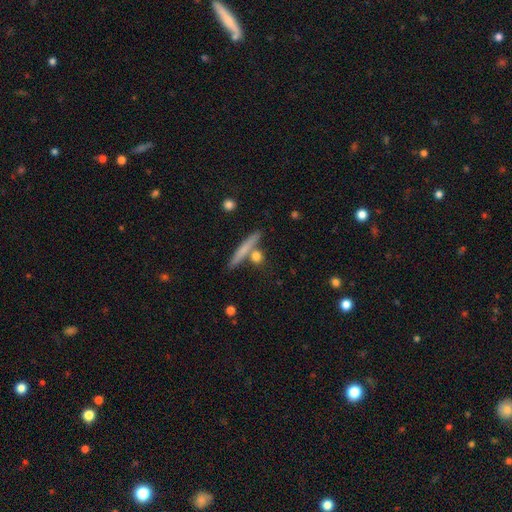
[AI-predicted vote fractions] Smooth or featured? Predicted: smooth (p=0.71). How rounded? Predicted: cigar-shaped (p=0.54). Merging? Predicted: none (p=0.71).